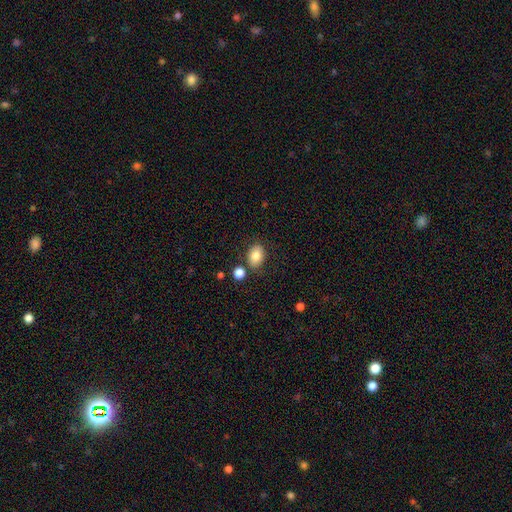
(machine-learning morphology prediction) Smooth or featured? Predicted: smooth (p=0.82). How rounded? Predicted: in between (p=0.73). Merging? Predicted: none (p=0.78).